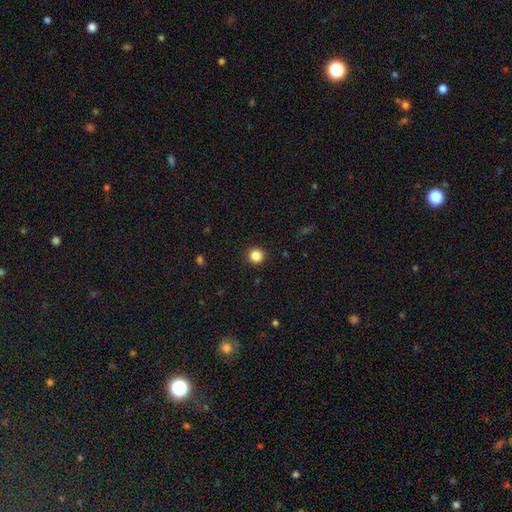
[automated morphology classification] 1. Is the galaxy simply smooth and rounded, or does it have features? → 86% smooth, 11% star or artifact, 3% featured or disk.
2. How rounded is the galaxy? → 95% round, 4% in between, 1% cigar-shaped.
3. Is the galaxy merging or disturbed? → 93% none, 4% minor disturbance, 2% major disturbance, 1% merger.